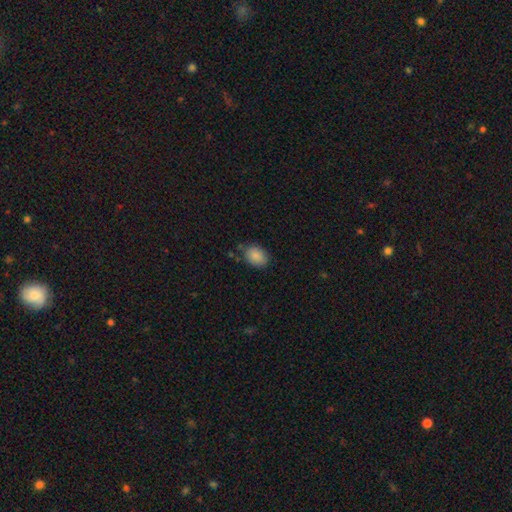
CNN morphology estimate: Smooth or featured? Predicted: smooth (p=0.88). How rounded? Predicted: in between (p=0.75). Merging? Predicted: none (p=0.79).